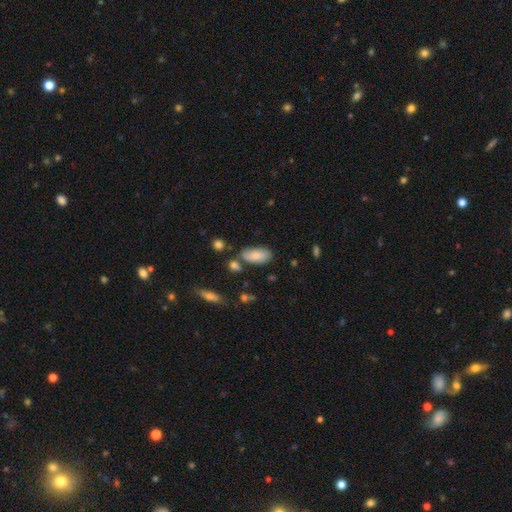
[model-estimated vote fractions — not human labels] Smooth or featured?
  - smooth: 79% *
  - featured or disk: 14%
  - star or artifact: 7%
How rounded?
  - in between: 92% *
  - cigar-shaped: 5%
  - round: 2%
Merging?
  - none: 69% *
  - minor disturbance: 19%
  - merger: 8%
  - major disturbance: 4%